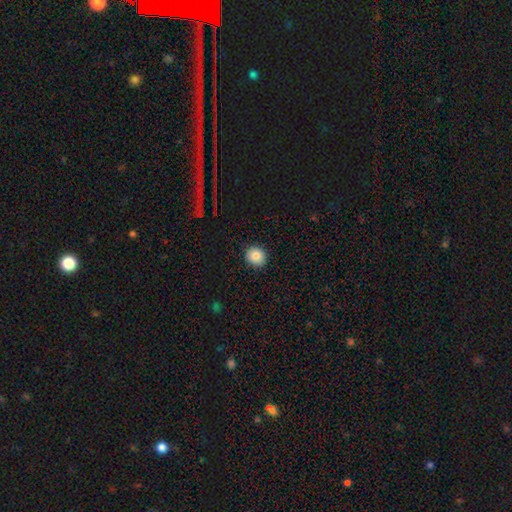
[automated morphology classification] smooth 82%, star or artifact 10%, featured or disk 8%. Down the decision tree: how rounded — round (80%); merging — none (90%).